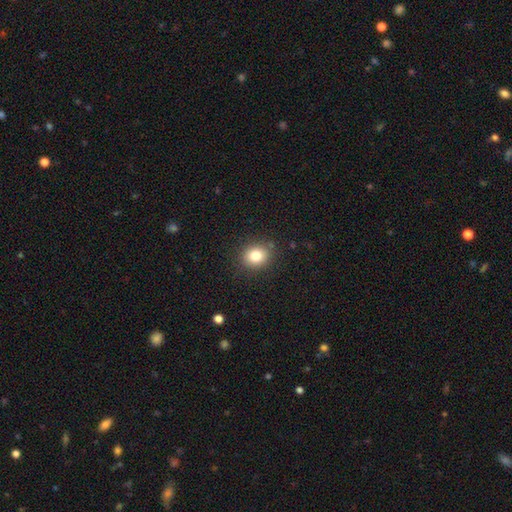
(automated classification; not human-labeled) A smooth galaxy with no disk features (81%) that is round (67%). Merging: none (86%).